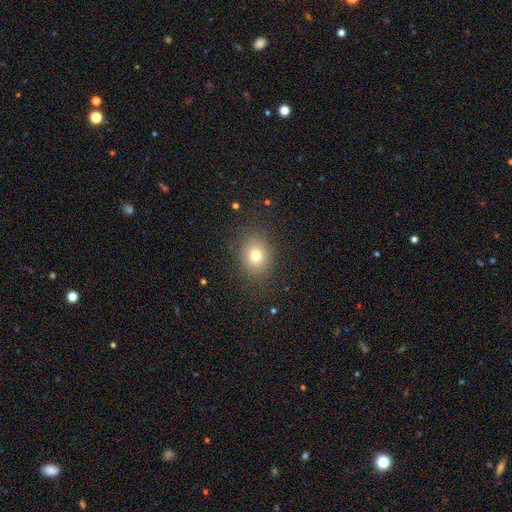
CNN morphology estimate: Smooth or featured? Predicted: smooth (p=0.76). How rounded? Predicted: round (p=0.54). Merging? Predicted: none (p=0.85).